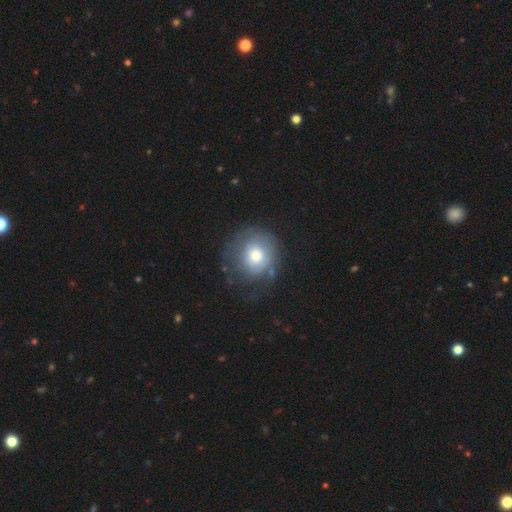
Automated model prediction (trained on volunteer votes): The model was most divided on "smooth or featured": smooth: 63%, featured or disk: 29%, star or artifact: 9%. More confident: how rounded — round (86%); merging — none (58%).